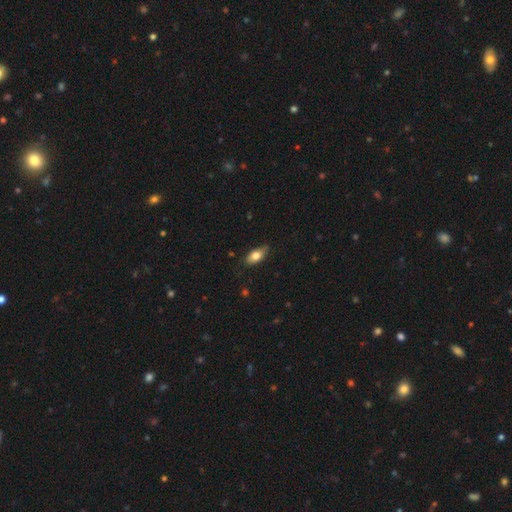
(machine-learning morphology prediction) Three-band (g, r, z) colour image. It shows a smooth galaxy with no disk features (77%) that is in between round and cigar-shaped (85%). Merging: none (76%).